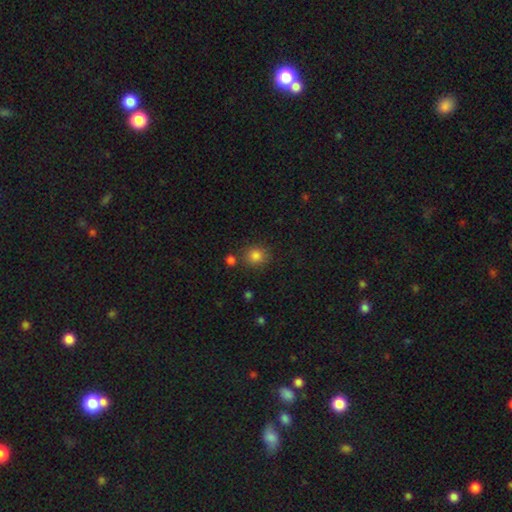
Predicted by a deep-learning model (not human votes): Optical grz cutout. It shows a smooth galaxy with no disk features (84%) that is round (80%). Merging: none (78%).